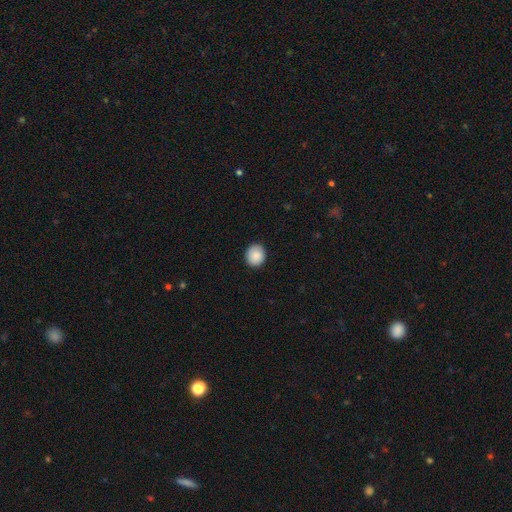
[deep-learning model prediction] The model was most divided on "how rounded": round: 83%, in between: 16%, cigar-shaped: 1%. More confident: merging — none (89%); smooth or featured — smooth (89%).